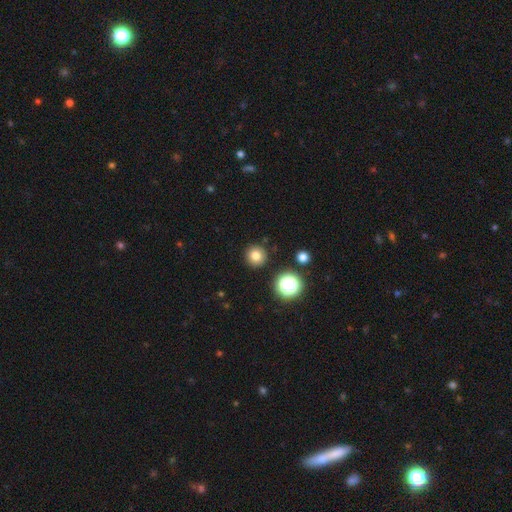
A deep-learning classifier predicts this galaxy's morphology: Smooth or featured?
  - smooth: 78% *
  - star or artifact: 14%
  - featured or disk: 7%
How rounded?
  - round: 95% *
  - in between: 4%
  - cigar-shaped: 1%
Merging?
  - none: 90% *
  - minor disturbance: 6%
  - merger: 2%
  - major disturbance: 2%